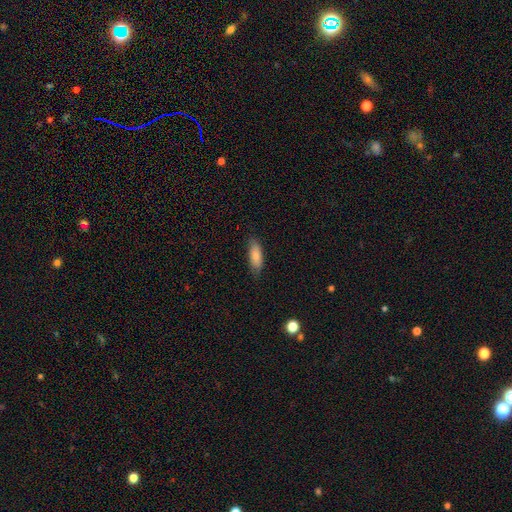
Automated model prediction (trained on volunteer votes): A smooth galaxy with no disk features (83%) that is in between round and cigar-shaped (67%). Merging: none (83%).